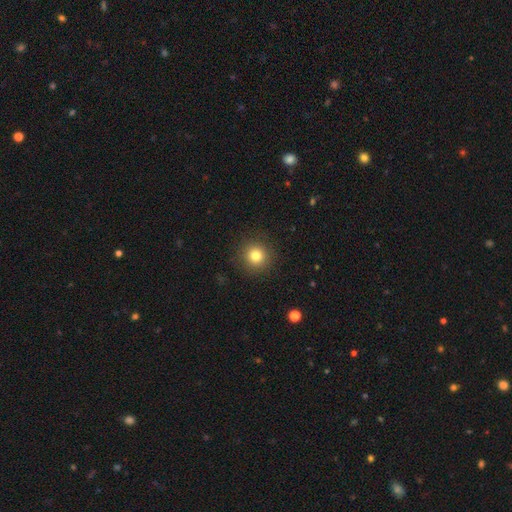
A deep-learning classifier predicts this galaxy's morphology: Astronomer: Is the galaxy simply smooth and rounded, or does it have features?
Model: smooth — 80%.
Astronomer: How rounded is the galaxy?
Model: round — 94%.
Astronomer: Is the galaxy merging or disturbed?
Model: none — 91%.